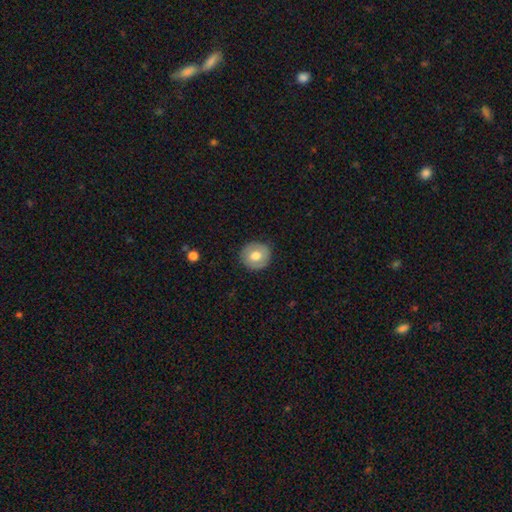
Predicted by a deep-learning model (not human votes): Smooth or featured? Predicted: smooth (p=0.68). How rounded? Predicted: round (p=0.88). Merging? Predicted: none (p=0.87).